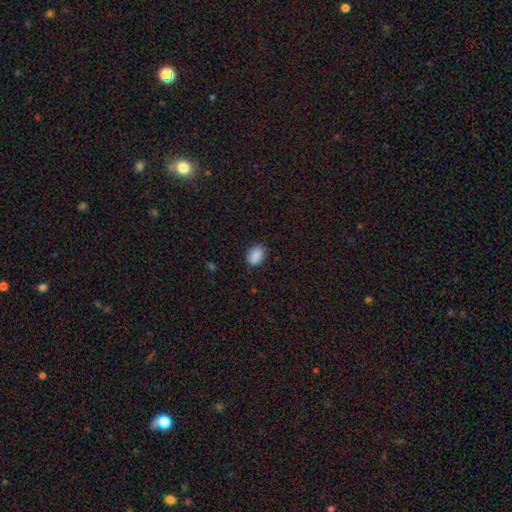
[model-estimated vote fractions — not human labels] Q: Smooth or featured?
A: smooth (87%); runner-up: star or artifact (8%)
Q: How rounded?
A: in between (75%); runner-up: round (24%)
Q: Merging?
A: none (79%); runner-up: minor disturbance (17%)